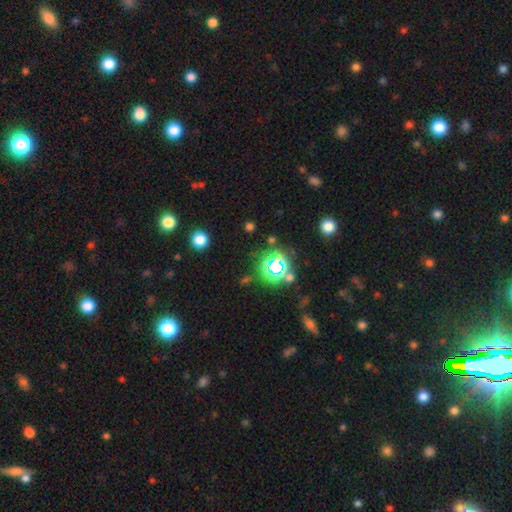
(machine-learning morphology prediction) This appears to be a star or artifact, not a galaxy (64%).